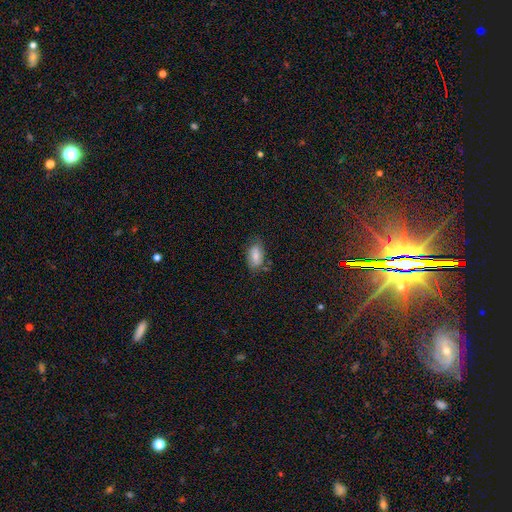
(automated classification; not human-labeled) This is likely a smooth galaxy (73%). How rounded: clearly in between (91%). Merging: likely none (67%).